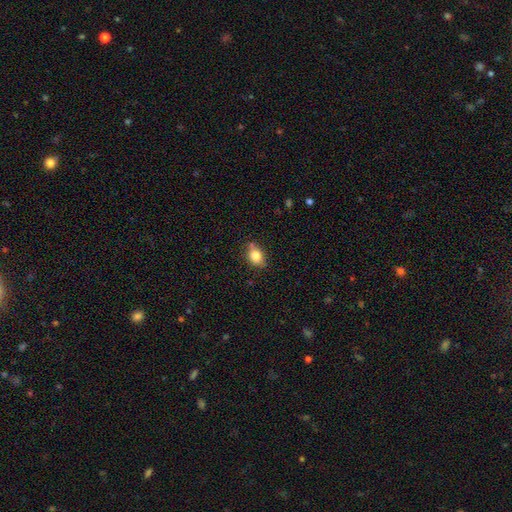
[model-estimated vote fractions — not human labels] Smooth or featured? smooth (81%)
How rounded? in between (62%)
Merging? none (68%)